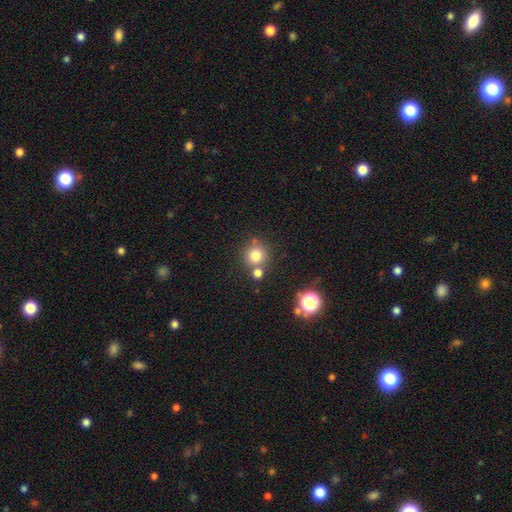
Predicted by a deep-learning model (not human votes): Smooth or featured? smooth (77%)
How rounded? round (92%)
Merging? none (68%)